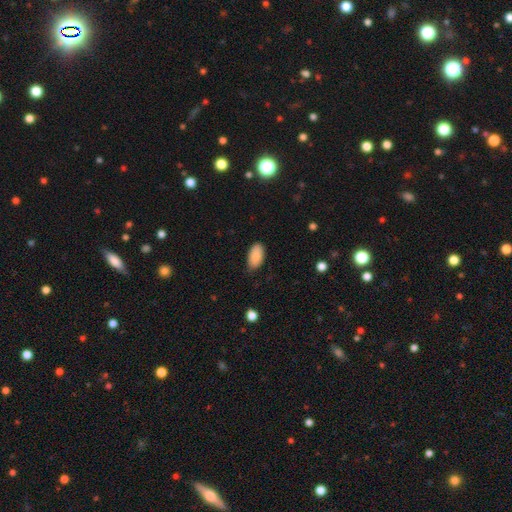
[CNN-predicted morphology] type=smooth (88%); roundness=in between (95%); merging=none (78%).